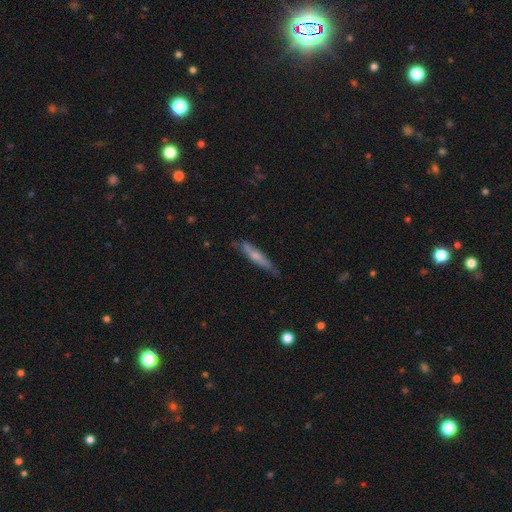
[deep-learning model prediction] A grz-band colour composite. It shows a smooth galaxy with no disk features (53%) that is cigar-shaped (87%). Merging: none (71%).